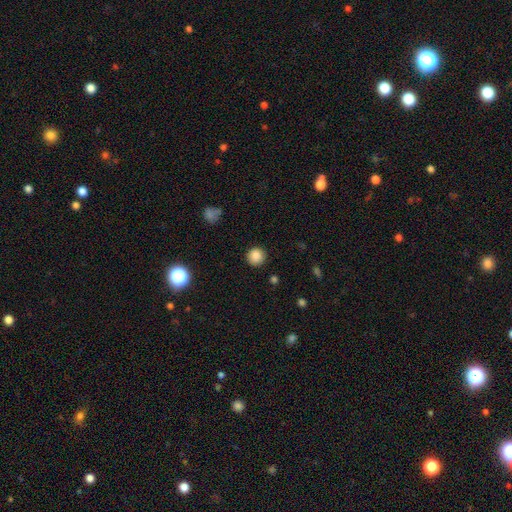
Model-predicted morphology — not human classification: Smooth or featured? Predicted: smooth (p=0.86). How rounded? Predicted: round (p=0.93). Merging? Predicted: none (p=0.90).